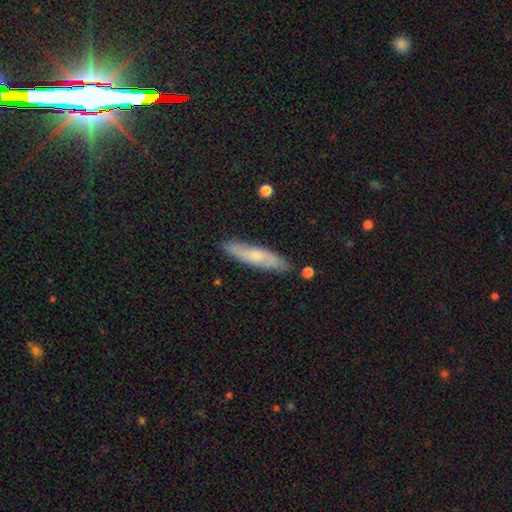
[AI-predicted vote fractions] Smooth or featured? Predicted: smooth (p=0.54). How rounded? Predicted: cigar-shaped (p=0.78). Merging? Predicted: none (p=0.84).